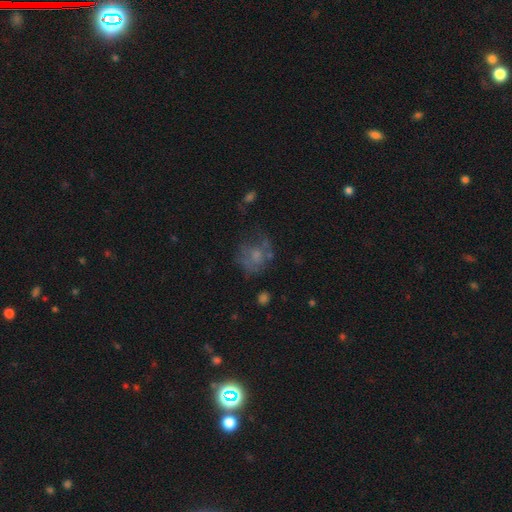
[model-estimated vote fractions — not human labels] This appears to be a smooth galaxy with no disk features (46%). Merging: none (41%).